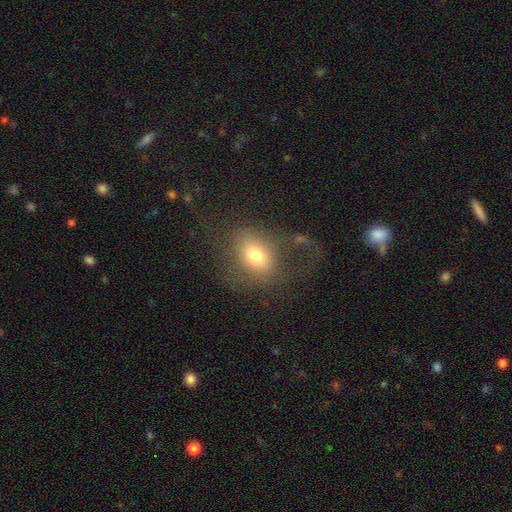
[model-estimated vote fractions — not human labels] smooth 67%, featured or disk 22%, star or artifact 11%. Down the decision tree: how rounded — in between (62%); merging — none (44%).